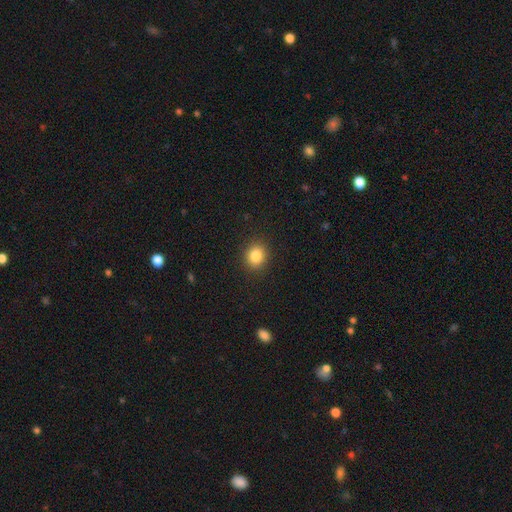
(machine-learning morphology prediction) This is clearly a smooth galaxy (84%). How rounded: likely round (77%). Merging: clearly none (90%).